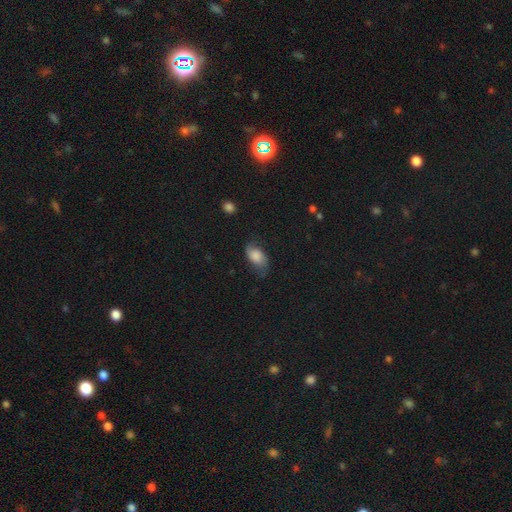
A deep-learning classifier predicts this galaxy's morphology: Smooth or featured: smooth — 59% (featured or disk — 33%)
How rounded: in between — 90% (round — 8%)
Merging: none — 62% (minor disturbance — 26%)